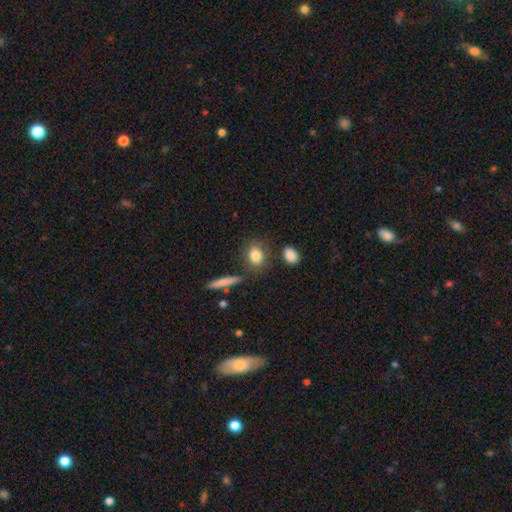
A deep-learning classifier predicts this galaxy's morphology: smooth 83%, featured or disk 9%, star or artifact 8%. Down the decision tree: how rounded — in between (60%); merging — none (77%).